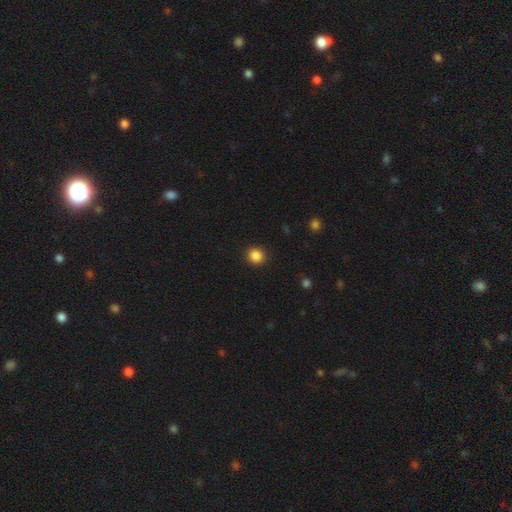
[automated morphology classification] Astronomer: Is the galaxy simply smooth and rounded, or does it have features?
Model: smooth — 87%.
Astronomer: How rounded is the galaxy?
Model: round — 89%.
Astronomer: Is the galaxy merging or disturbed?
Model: none — 92%.